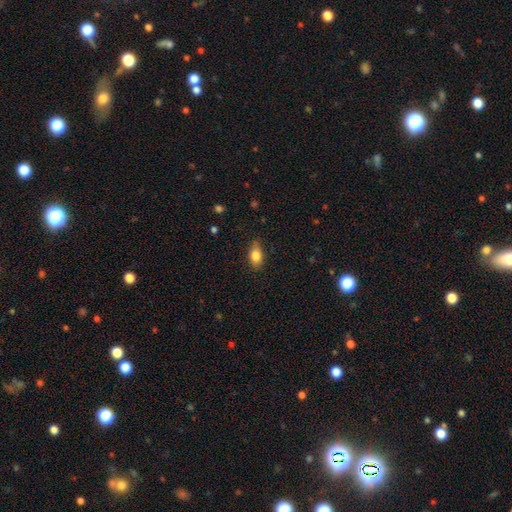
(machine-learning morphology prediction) Smooth or featured? Predicted: smooth (p=0.83). How rounded? Predicted: in between (p=0.86). Merging? Predicted: none (p=0.78).